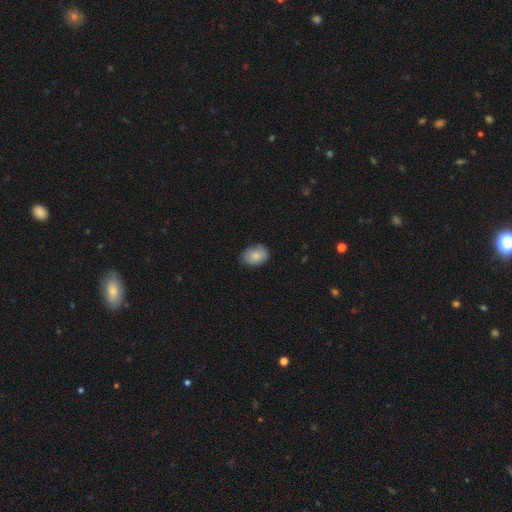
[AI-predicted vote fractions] Morphology: type=smooth (84%); roundness=in between (77%); merging=none (75%).